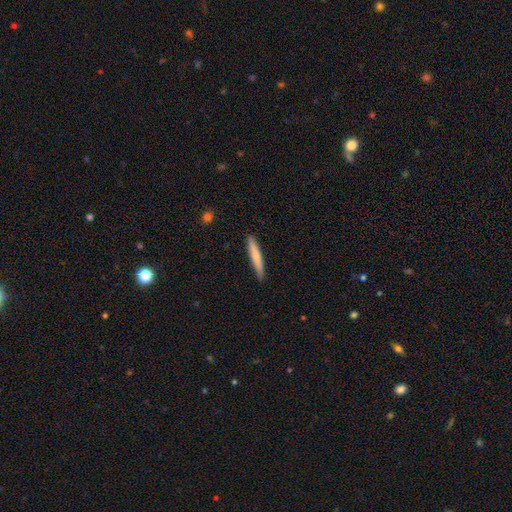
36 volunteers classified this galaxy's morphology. smooth 86%, featured or disk 14%, star or artifact 0%. Down the decision tree: how rounded — cigar-shaped (97%); merging — none (83%).